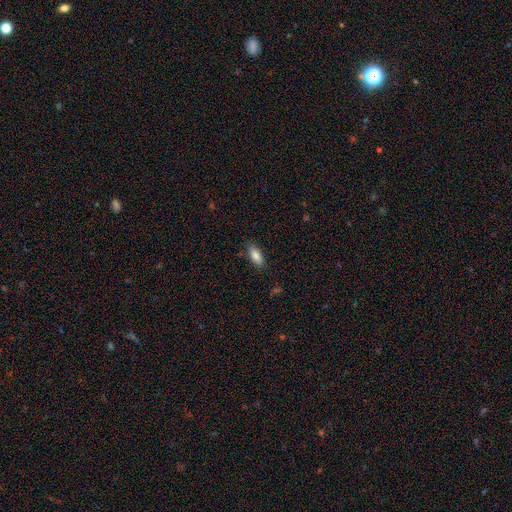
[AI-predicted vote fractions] The model was most divided on "how rounded": in between: 83%, cigar-shaped: 15%, round: 2%. More confident: smooth or featured — smooth (85%); merging — none (84%).